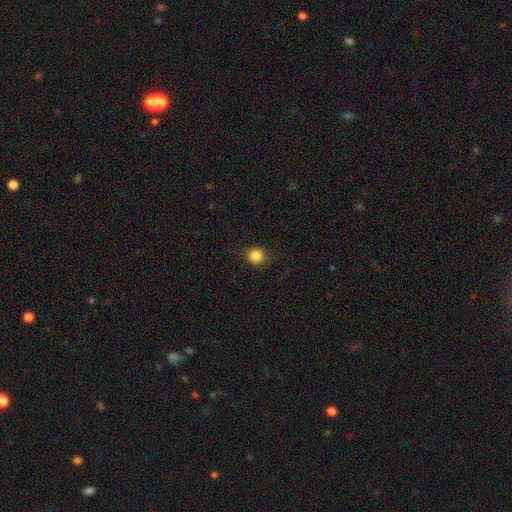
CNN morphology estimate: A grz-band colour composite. It shows a smooth galaxy with no disk features (85%) that is round (92%). Merging: none (90%).